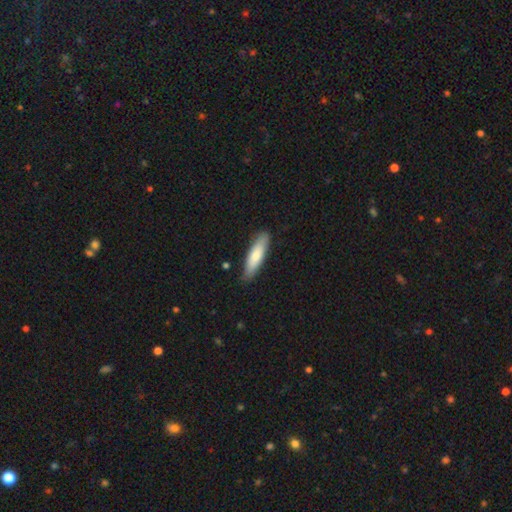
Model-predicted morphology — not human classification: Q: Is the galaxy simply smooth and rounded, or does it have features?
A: smooth — 75%.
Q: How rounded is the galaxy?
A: cigar-shaped — 65%.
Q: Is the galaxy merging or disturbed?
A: none — 86%.